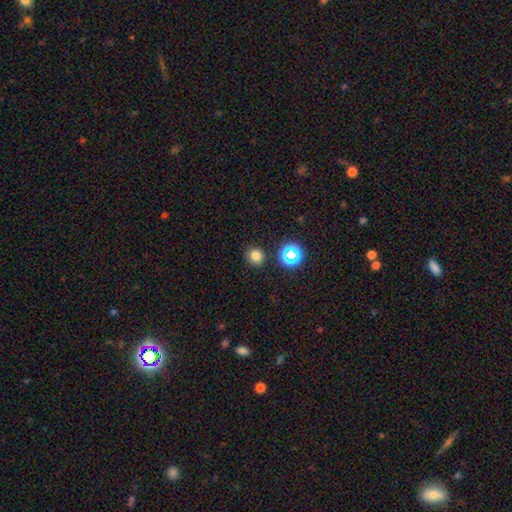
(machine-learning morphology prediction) smooth-or-featured: smooth: 77% | star or artifact: 18% | featured or disk: 5%
  how-rounded: round: 83% | in between: 16% | cigar-shaped: 1%
  merging: none: 87% | minor disturbance: 8% | major disturbance: 3% | merger: 3%